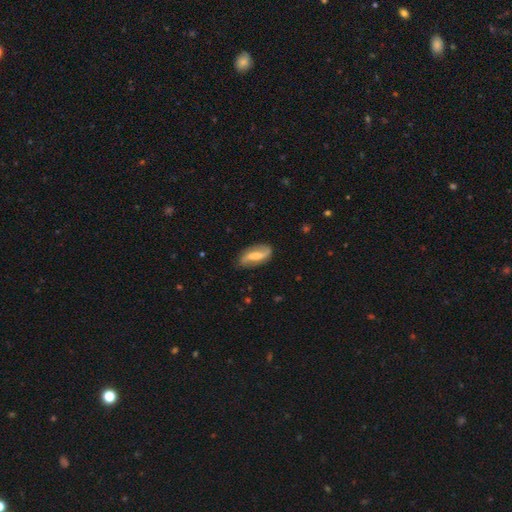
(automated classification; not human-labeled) smooth_or_featured: featured or disk (p=0.66) [alt: smooth p=0.28]
disk_edge_on: no (p=0.91) [alt: yes p=0.09]
bar: weak (p=0.40) [alt: strong p=0.38]
has_spiral_arms: yes (p=0.89) [alt: no p=0.11]
spiral_winding: loose (p=0.65) [alt: medium p=0.24]
spiral_arm_count: 2 (p=0.86) [alt: 1 p=0.06]
bulge_size: moderate (p=0.39) [alt: small p=0.36]
merging: none (p=0.76) [alt: minor disturbance p=0.17]